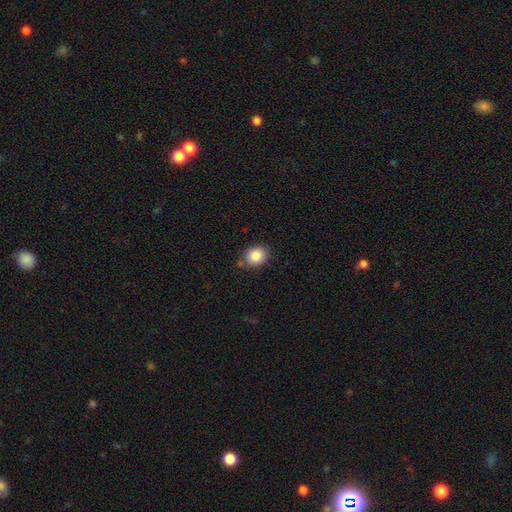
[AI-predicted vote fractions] This is clearly a smooth galaxy (85%). How rounded: likely round (60%). Merging: likely none (80%).